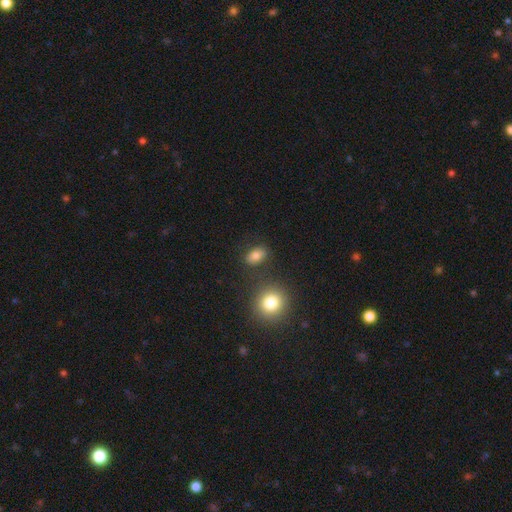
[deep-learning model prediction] A smooth galaxy with no disk features (79%) that is in between round and cigar-shaped (77%). Merging: none (79%).